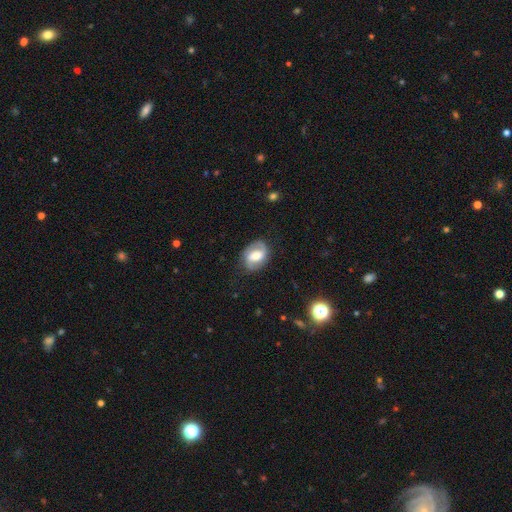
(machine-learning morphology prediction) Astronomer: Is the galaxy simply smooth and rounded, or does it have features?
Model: featured or disk — 65%.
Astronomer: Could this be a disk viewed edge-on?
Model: no — 97%.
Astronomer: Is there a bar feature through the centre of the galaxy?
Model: weak — 45% (runner-up: no, 28%).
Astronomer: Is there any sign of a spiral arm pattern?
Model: yes — 85%.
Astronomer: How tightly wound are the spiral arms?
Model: medium — 45% (runner-up: tight, 31%).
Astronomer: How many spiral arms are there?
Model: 2 — 84%.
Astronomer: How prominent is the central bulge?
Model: moderate — 49% (runner-up: large, 30%).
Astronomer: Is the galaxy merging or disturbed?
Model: none — 76%.